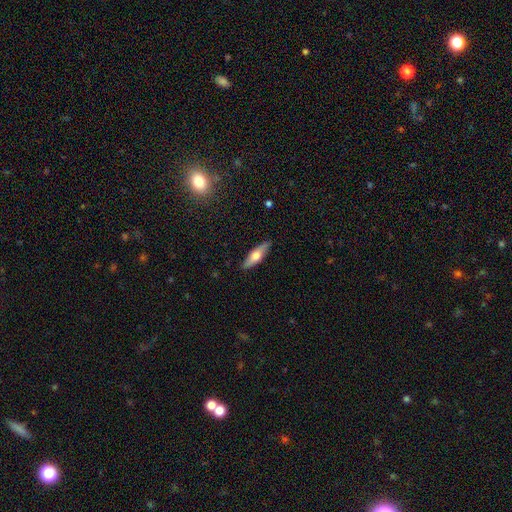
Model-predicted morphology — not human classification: Smooth or featured: smooth — 55% (featured or disk — 39%)
How rounded: cigar-shaped — 57% (in between — 40%)
Merging: none — 88% (minor disturbance — 9%)